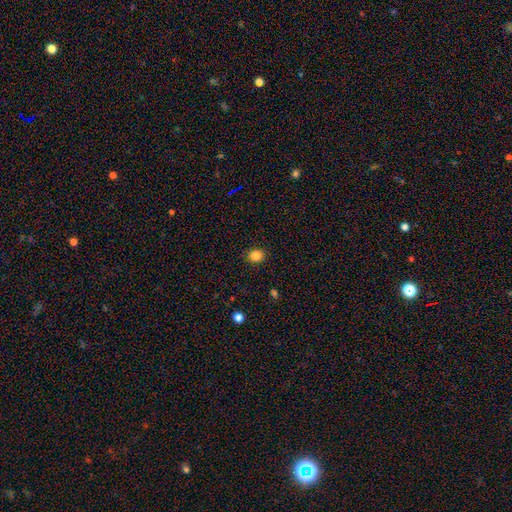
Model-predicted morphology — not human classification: This appears to be a smooth galaxy with no disk features (84%) that is round (57%). Merging: none (88%).